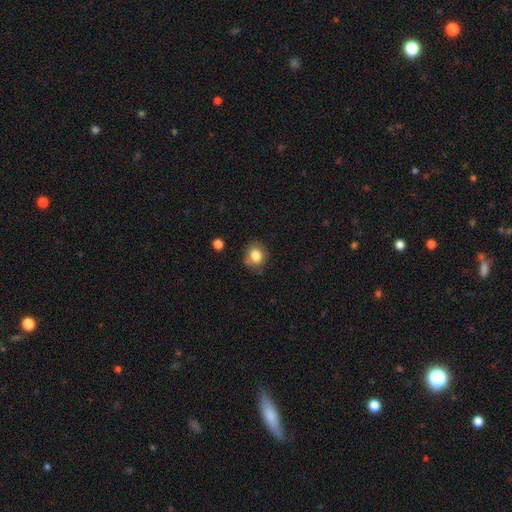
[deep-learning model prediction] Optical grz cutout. It shows a smooth galaxy with no disk features (82%) that is round (68%). Merging: none (73%).